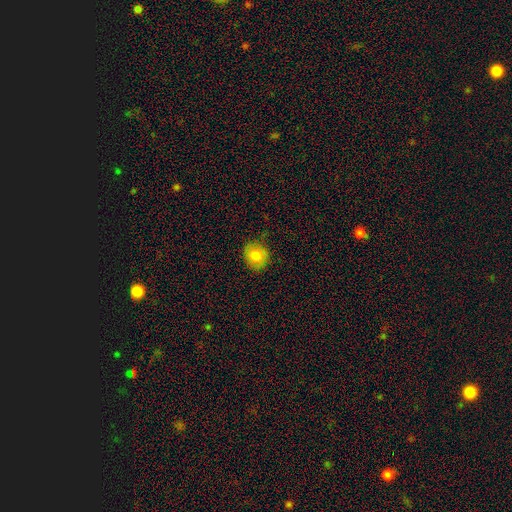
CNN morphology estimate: Smooth or featured? Predicted: smooth (p=0.80). How rounded? Predicted: round (p=0.83). Merging? Predicted: none (p=0.85).